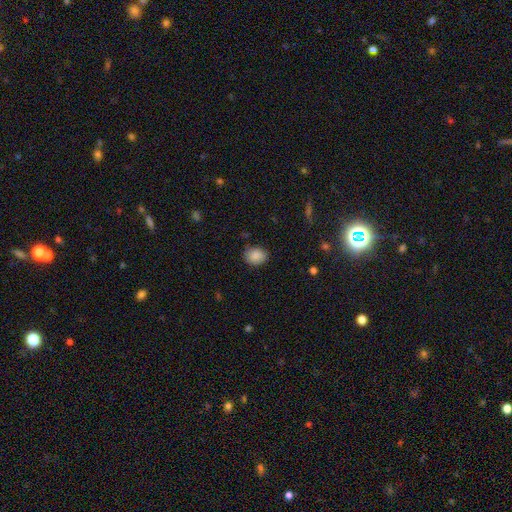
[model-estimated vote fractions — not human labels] smooth_or_featured: smooth (p=0.88) [alt: star or artifact p=0.08]
how_rounded: round (p=0.56) [alt: in between p=0.43]
merging: none (p=0.81) [alt: minor disturbance p=0.14]